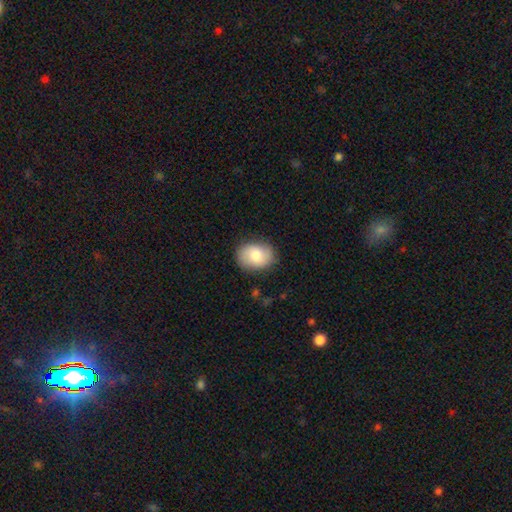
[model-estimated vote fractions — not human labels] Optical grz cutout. It shows a smooth galaxy with no disk features (76%) that is in between round and cigar-shaped (66%). Merging: none (83%).